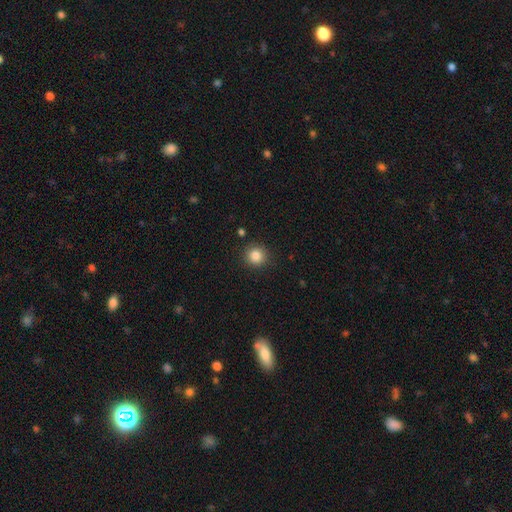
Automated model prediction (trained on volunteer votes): smooth_or_featured: smooth (p=0.85) [alt: star or artifact p=0.10]
how_rounded: round (p=0.92) [alt: in between p=0.08]
merging: none (p=0.89) [alt: minor disturbance p=0.07]